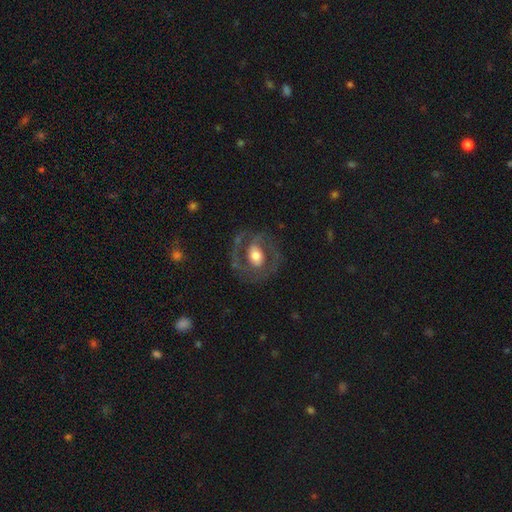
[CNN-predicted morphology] This is likely a featured or disk galaxy (71%). It is clearly not viewed edge-on (96%). Bar: marginally no (45%). Spiral arm pattern: likely yes (71%). Central bulge: possibly moderate (56%). Merging: likely none (71%).